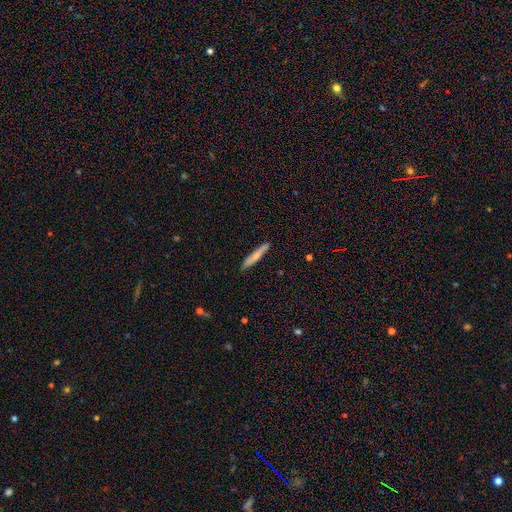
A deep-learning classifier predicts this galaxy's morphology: This appears to be a smooth galaxy with no disk features (68%) that is cigar-shaped (94%). Merging: none (87%).